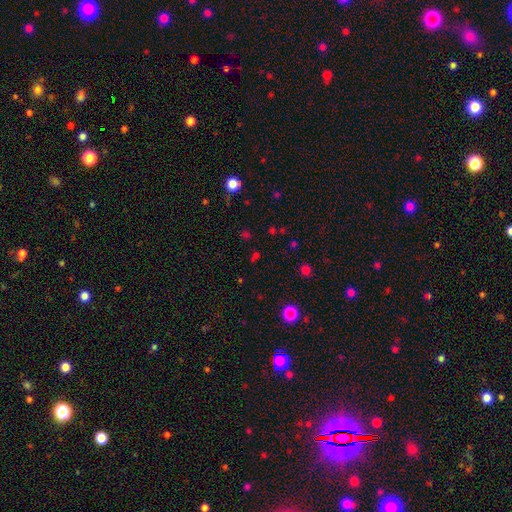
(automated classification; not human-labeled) A star or artifact, not a galaxy (50%).